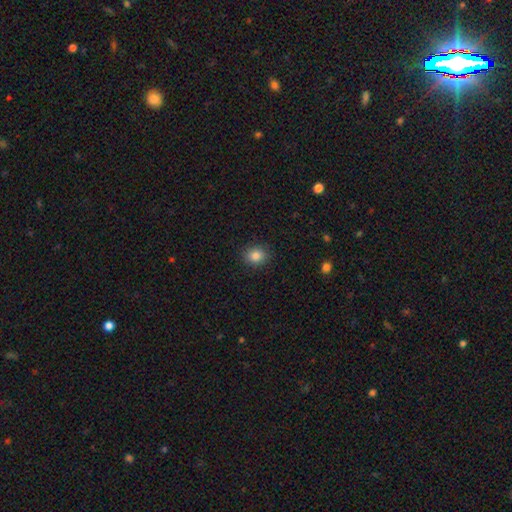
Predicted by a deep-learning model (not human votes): Overall: smooth (84%). How rounded: round (68%; in between 31%). Merging: none (90%).